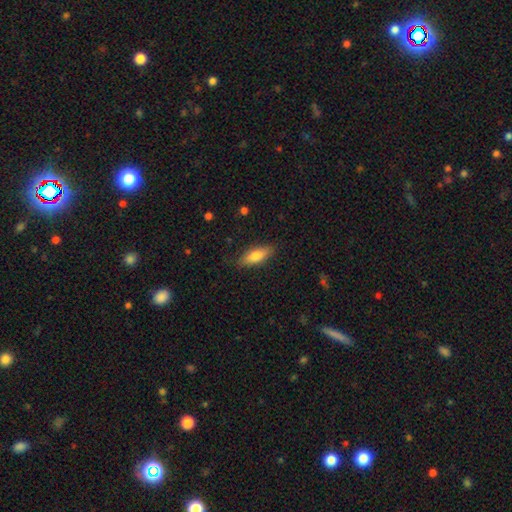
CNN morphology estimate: Overall: smooth (74%). How rounded: in between (64%; cigar-shaped 34%). Merging: none (85%).